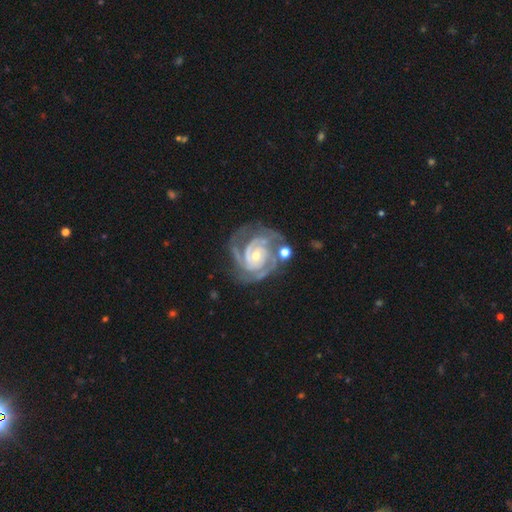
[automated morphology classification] Smooth or featured: featured or disk — 92% (star or artifact — 4%)
Edge-on disk: no — 98% (yes — 2%)
Bar: no — 68% (weak — 24%)
Spiral arms: yes — 98% (no — 2%)
Spiral winding: tight — 70% (medium — 26%)
Spiral arm count: 3 — 45% (2 — 27%)
Bulge size: small — 51% (moderate — 45%)
Merging: none — 59% (minor disturbance — 22%)